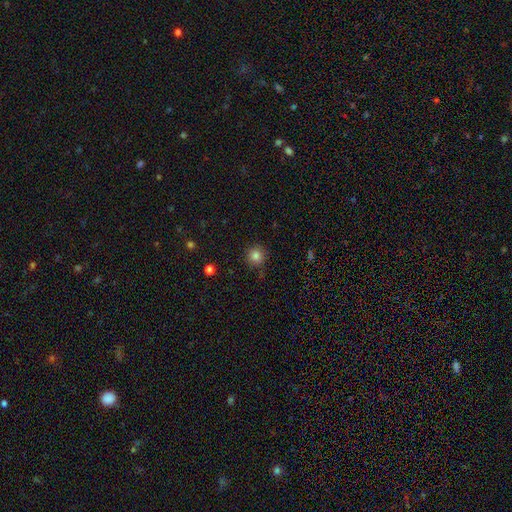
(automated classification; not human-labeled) smooth_or_featured: smooth (p=0.83) [alt: star or artifact p=0.12]
how_rounded: round (p=0.94) [alt: in between p=0.05]
merging: none (p=0.87) [alt: minor disturbance p=0.09]